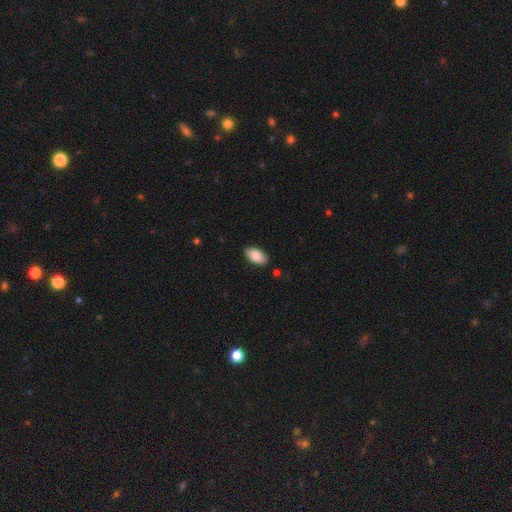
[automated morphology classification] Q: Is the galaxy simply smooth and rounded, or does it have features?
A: smooth — 85%.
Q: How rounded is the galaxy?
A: in between — 94%.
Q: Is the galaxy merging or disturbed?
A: none — 88%.